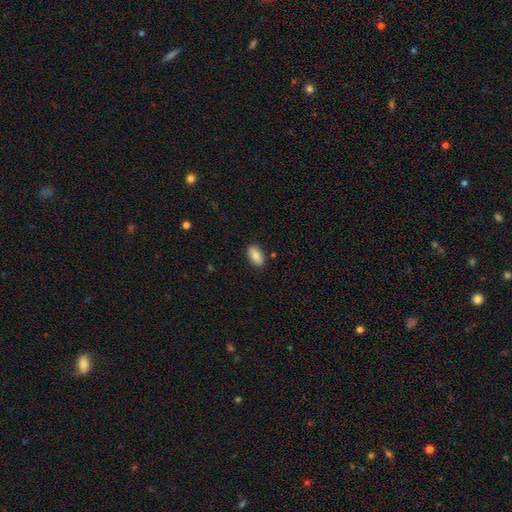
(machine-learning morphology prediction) Smooth or featured? Predicted: smooth (p=0.82). How rounded? Predicted: in between (p=0.91). Merging? Predicted: none (p=0.87).